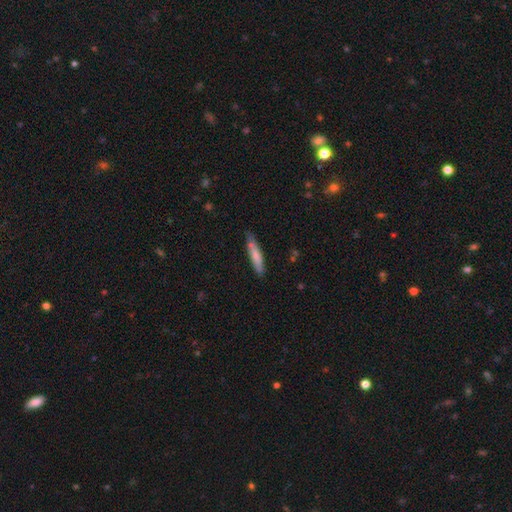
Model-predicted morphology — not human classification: The model was most divided on "smooth or featured": smooth: 73%, featured or disk: 21%, star or artifact: 6%. More confident: how rounded — cigar-shaped (86%); merging — none (73%).